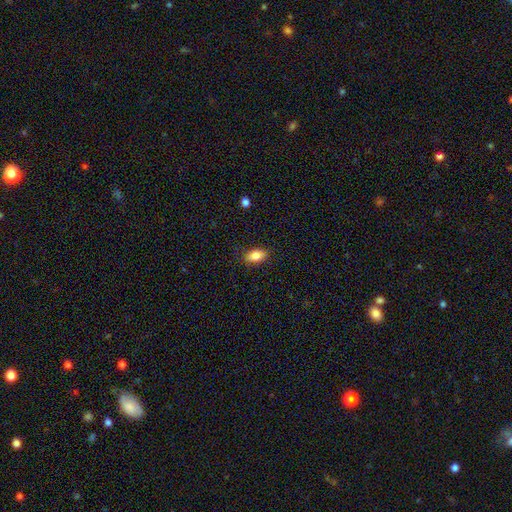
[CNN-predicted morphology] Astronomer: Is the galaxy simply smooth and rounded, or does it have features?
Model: smooth — 84%.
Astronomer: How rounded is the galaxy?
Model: in between — 88%.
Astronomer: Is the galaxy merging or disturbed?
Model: none — 85%.